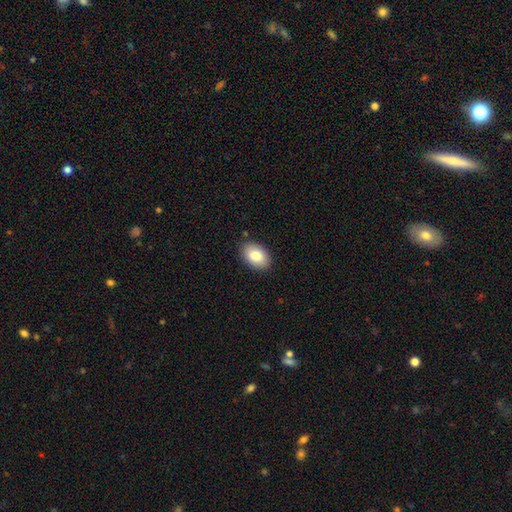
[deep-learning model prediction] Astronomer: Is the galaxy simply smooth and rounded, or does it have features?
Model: smooth — 84%.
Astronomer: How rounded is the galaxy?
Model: in between — 89%.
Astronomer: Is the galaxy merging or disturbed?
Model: none — 88%.